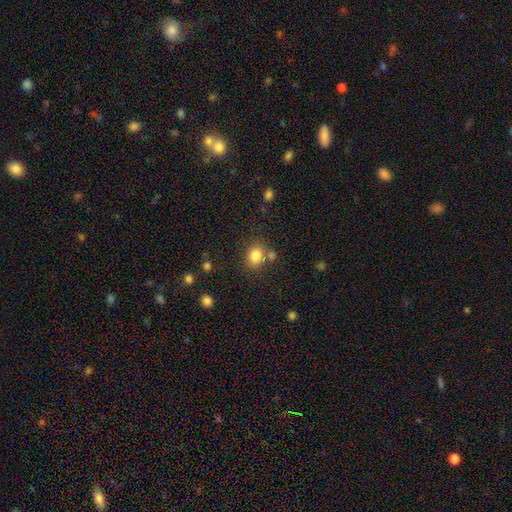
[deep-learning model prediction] smooth-or-featured: smooth: 83% | star or artifact: 11% | featured or disk: 6%
  how-rounded: round: 57% | in between: 43% | cigar-shaped: 1%
  merging: none: 69% | merger: 14% | minor disturbance: 12% | major disturbance: 4%